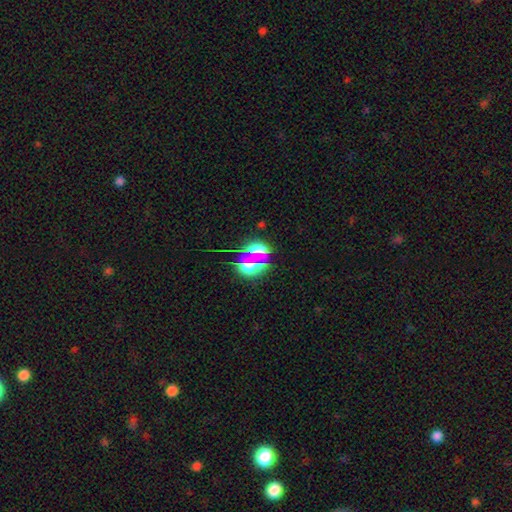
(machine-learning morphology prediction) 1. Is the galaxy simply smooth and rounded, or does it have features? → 69% star or artifact, 21% smooth, 10% featured or disk.